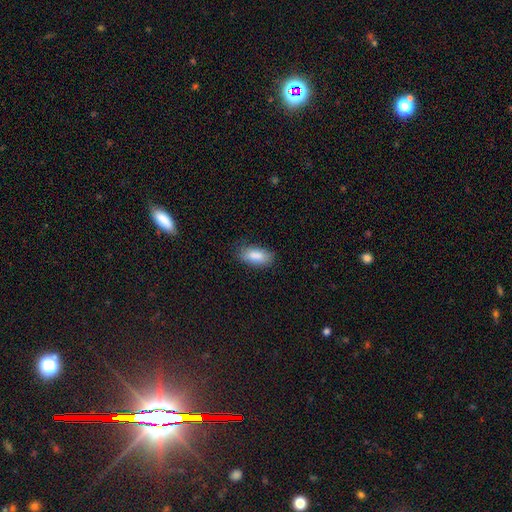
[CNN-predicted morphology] Overall: smooth (86%). How rounded: in between (88%). Merging: none (78%).